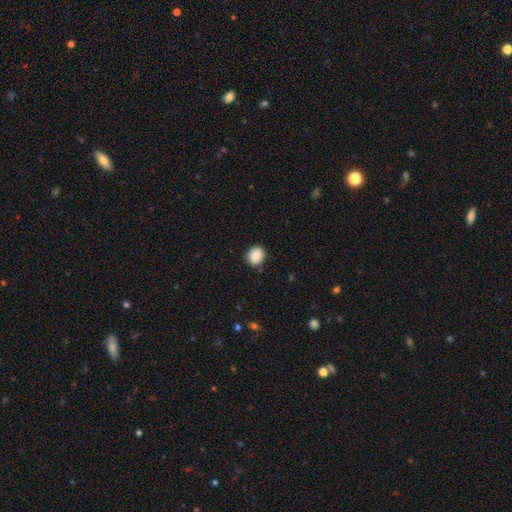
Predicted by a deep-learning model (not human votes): Smooth or featured? smooth (89%)
How rounded? round (79%)
Merging? none (84%)